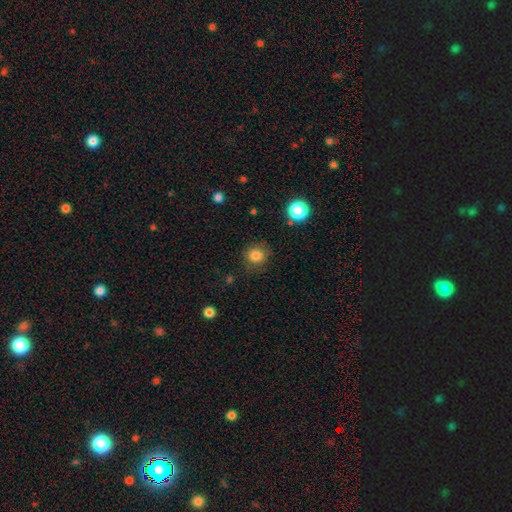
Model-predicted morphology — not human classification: This is clearly a smooth galaxy (83%). How rounded: clearly round (90%). Merging: clearly none (84%).